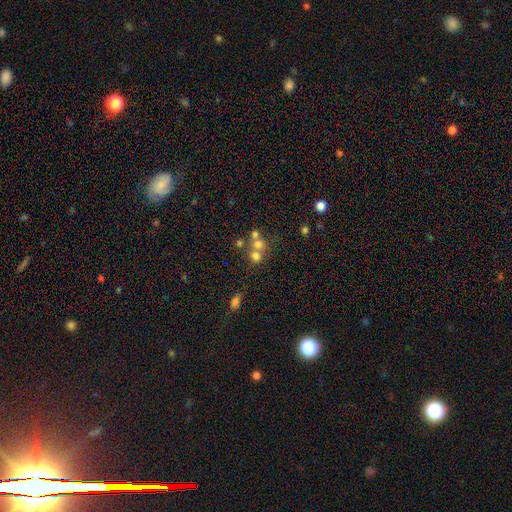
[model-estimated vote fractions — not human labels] This appears to be a smooth galaxy with no disk features (63%) that is round (83%). Merging: merger (49%).